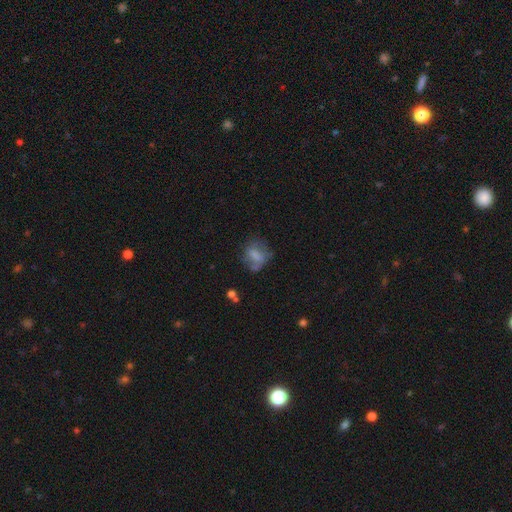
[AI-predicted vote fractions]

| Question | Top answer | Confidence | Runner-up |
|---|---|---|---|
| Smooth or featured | smooth | 61% | featured or disk (28%) |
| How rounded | in between | 51% | round (46%) |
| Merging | none | 49% | minor disturbance (26%) |